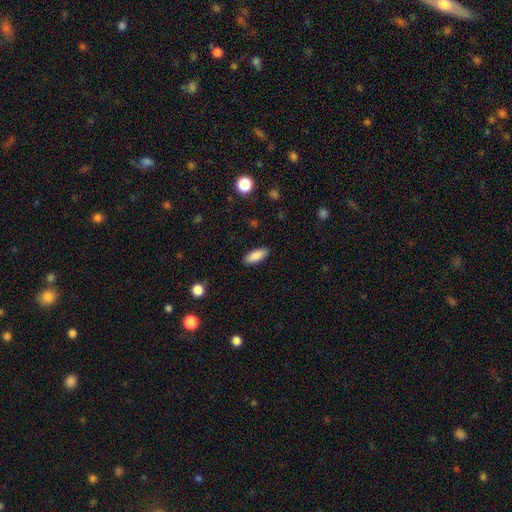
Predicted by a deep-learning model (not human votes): Morphology: type=smooth (87%); roundness=in between (74%); merging=none (89%).